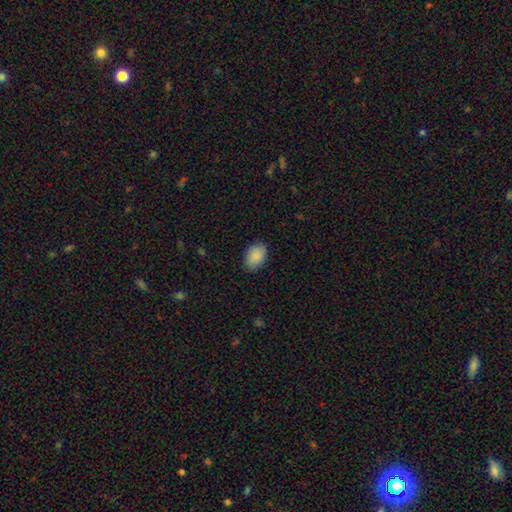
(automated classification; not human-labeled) Morphology: type=smooth (89%); roundness=in between (87%); merging=none (85%).